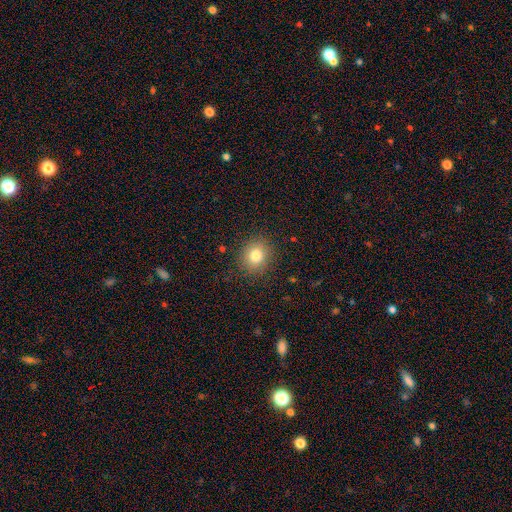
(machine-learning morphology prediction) Smooth or featured?
  - smooth: 80% *
  - star or artifact: 11%
  - featured or disk: 8%
How rounded?
  - round: 72% *
  - in between: 27%
  - cigar-shaped: 1%
Merging?
  - none: 88% *
  - minor disturbance: 9%
  - major disturbance: 3%
  - merger: 1%